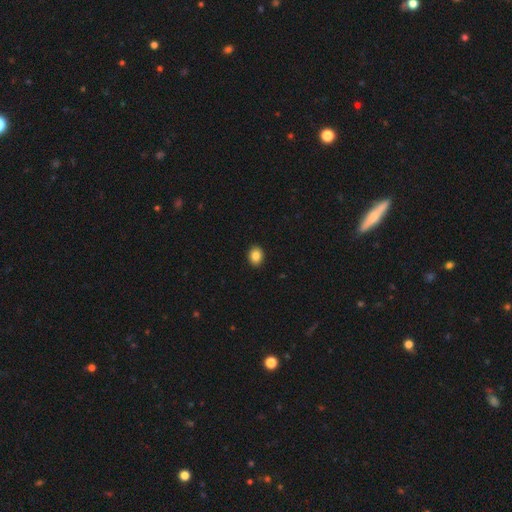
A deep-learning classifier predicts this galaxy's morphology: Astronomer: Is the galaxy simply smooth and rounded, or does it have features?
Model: smooth — 87%.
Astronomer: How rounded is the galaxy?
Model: in between — 51% (runner-up: round, 48%).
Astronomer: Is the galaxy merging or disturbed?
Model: none — 91%.